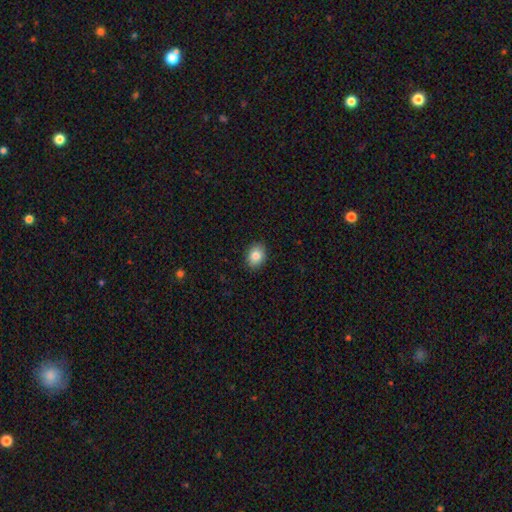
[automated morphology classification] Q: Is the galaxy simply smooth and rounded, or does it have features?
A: smooth — 84%.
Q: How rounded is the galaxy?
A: in between — 64%.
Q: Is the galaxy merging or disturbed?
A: none — 90%.